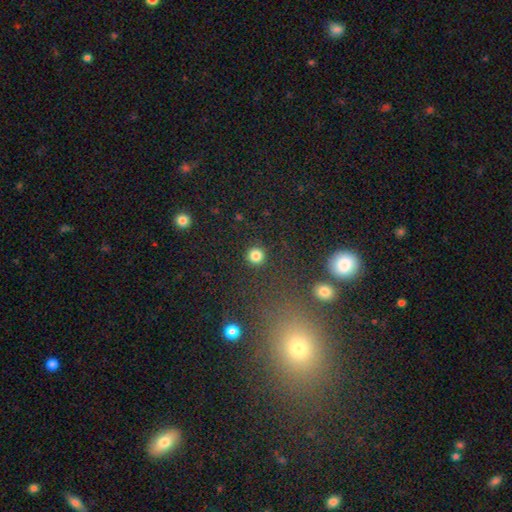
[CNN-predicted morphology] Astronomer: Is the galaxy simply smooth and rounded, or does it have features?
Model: smooth — 83%.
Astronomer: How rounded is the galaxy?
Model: round — 95%.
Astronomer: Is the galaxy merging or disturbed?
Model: none — 92%.